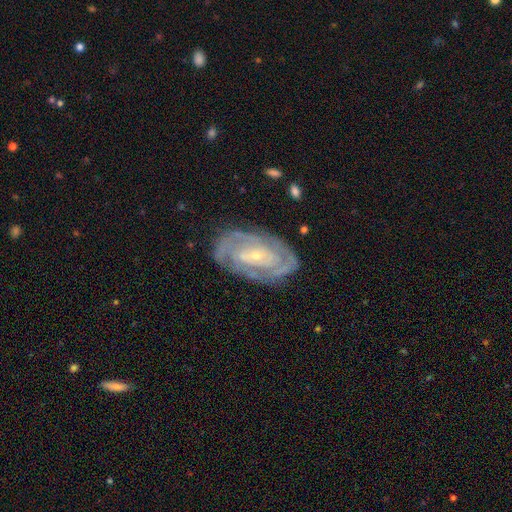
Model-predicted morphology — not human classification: smooth-or-featured: featured or disk: 86% | smooth: 9% | star or artifact: 5%
  disk-edge-on: no: 96% | yes: 4%
    bar: no: 53% | weak: 31% | strong: 16%
    has-spiral-arms: yes: 93% | no: 7%
      spiral-winding: tight: 70% | medium: 24% | loose: 5%
      spiral-arm-count: 2: 46% | can't tell: 25% | 3: 15% | 4: 6% | 1: 4% | more than 4: 4%
    bulge-size: small: 77% | moderate: 20% | large: 1% | none: 1% | dominant: 1%
  merging: none: 79% | minor disturbance: 15% | major disturbance: 5% | merger: 1%